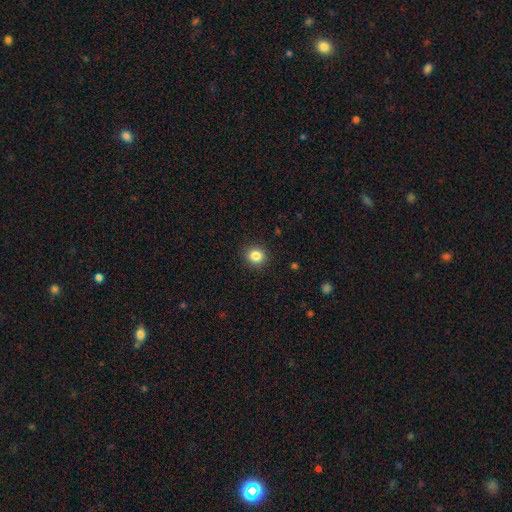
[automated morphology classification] A smooth galaxy with no disk features (85%) that is round (84%).

Vote fractions:
- Smooth or featured? smooth: 85% / star or artifact: 10% / featured or disk: 5%
- How rounded? round: 84% / in between: 15% / cigar-shaped: 1%
- Merging? none: 91% / minor disturbance: 6% / major disturbance: 2% / merger: 1%